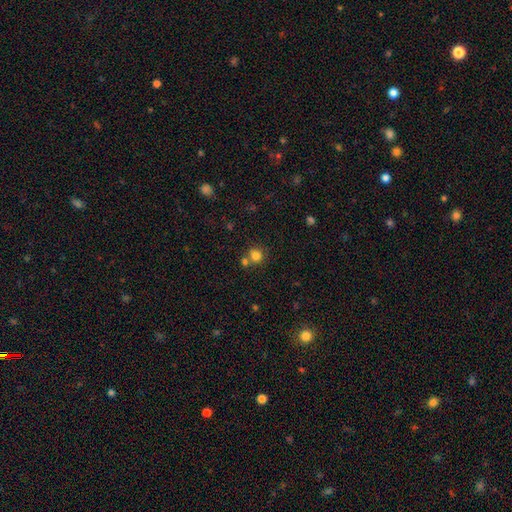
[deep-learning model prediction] This is likely a smooth galaxy (79%). How rounded: clearly round (87%). Merging: possibly none (59%).